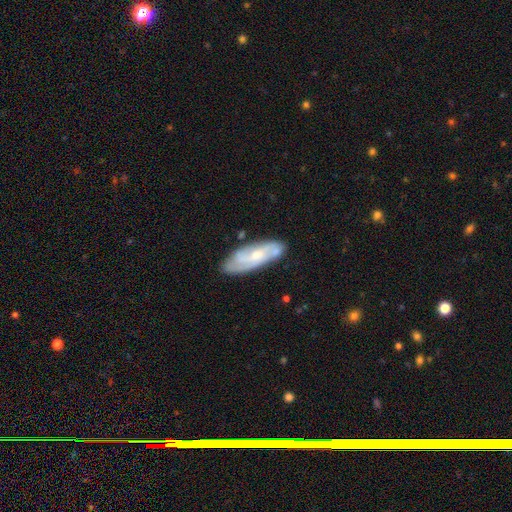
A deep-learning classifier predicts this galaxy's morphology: smooth-or-featured: featured or disk: 66% | smooth: 28% | star or artifact: 6%
  disk-edge-on: no: 85% | yes: 15%
    bar: no: 61% | weak: 32% | strong: 7%
    has-spiral-arms: yes: 88% | no: 12%
    bulge-size: small: 50% | moderate: 42% | none: 4% | large: 3% | dominant: 1%
  merging: none: 75% | minor disturbance: 18% | major disturbance: 4% | merger: 3%